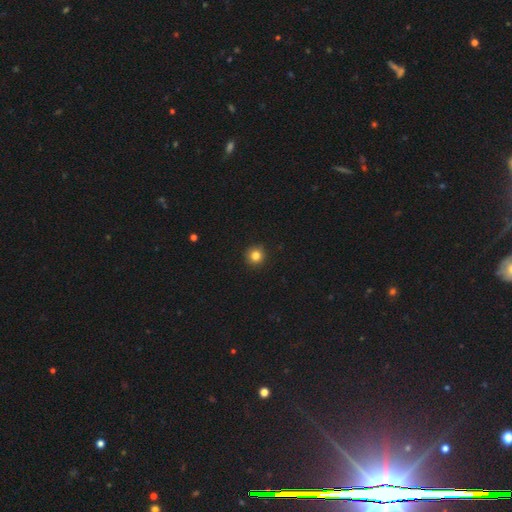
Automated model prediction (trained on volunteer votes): Smooth or featured? smooth (83%)
How rounded? round (95%)
Merging? none (93%)